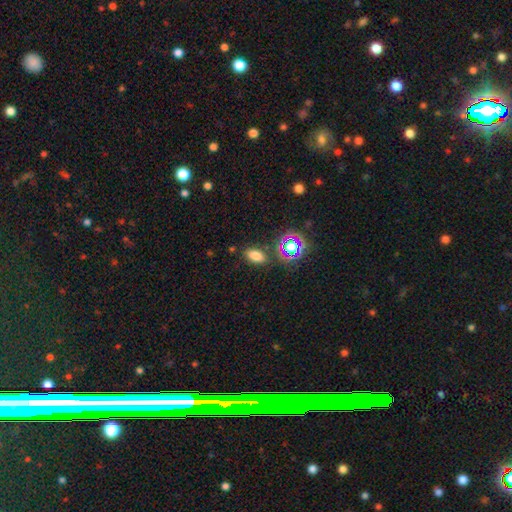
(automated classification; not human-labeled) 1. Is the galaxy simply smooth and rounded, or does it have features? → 72% smooth, 20% star or artifact, 8% featured or disk.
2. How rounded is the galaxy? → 86% in between, 10% round, 4% cigar-shaped.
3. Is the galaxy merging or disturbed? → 81% none, 11% minor disturbance, 4% merger, 4% major disturbance.